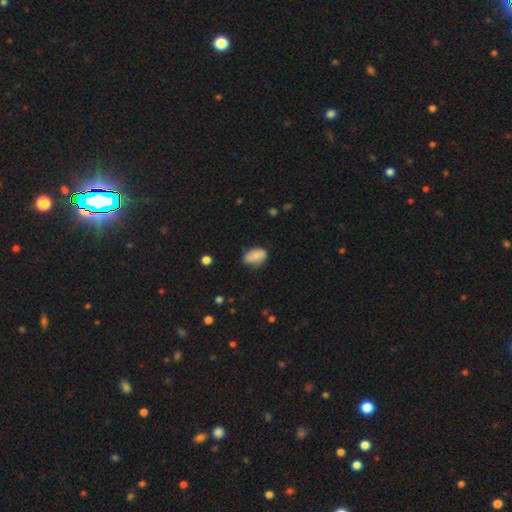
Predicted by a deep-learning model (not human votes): Smooth or featured: smooth — 75% (featured or disk — 18%)
How rounded: in between — 88% (round — 10%)
Merging: none — 59% (minor disturbance — 33%)